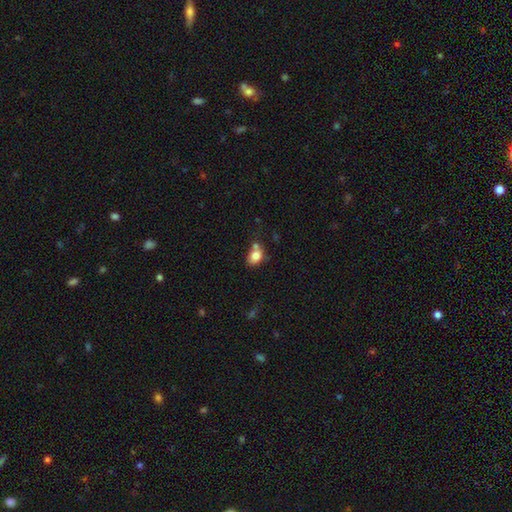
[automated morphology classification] smooth-or-featured: smooth: 79% | featured or disk: 12% | star or artifact: 9%
  how-rounded: in between: 66% | round: 33% | cigar-shaped: 1%
  merging: none: 45% | merger: 30% | minor disturbance: 19% | major disturbance: 7%